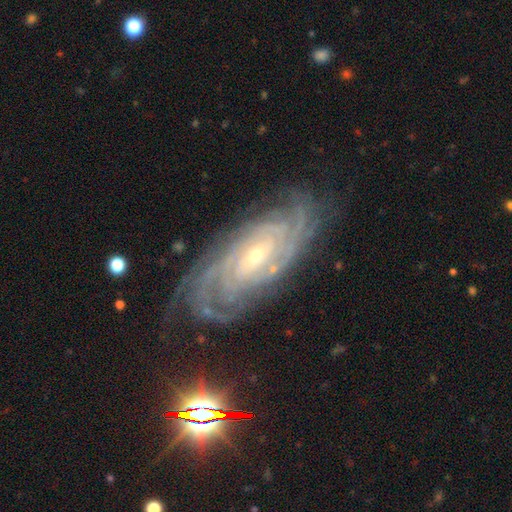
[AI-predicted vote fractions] Smooth or featured? featured or disk (90%)
Edge-on disk? no (95%)
Bar? no (43%)
Spiral arms? yes (98%)
Spiral winding? tight (81%)
Spiral arm count? 4 (26%)
Bulge size? small (71%)
Merging? none (78%)